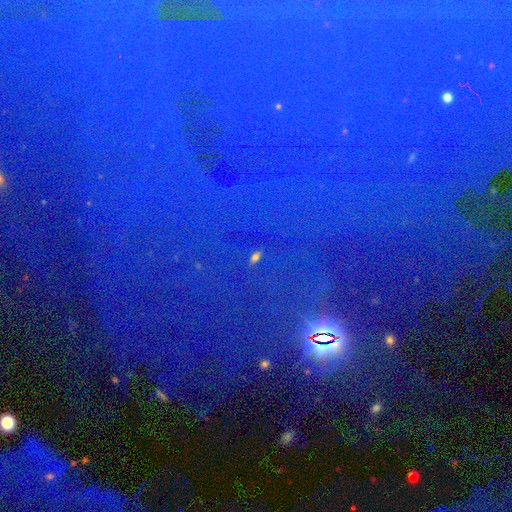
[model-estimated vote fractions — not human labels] Smooth or featured? Predicted: star or artifact (p=0.76).